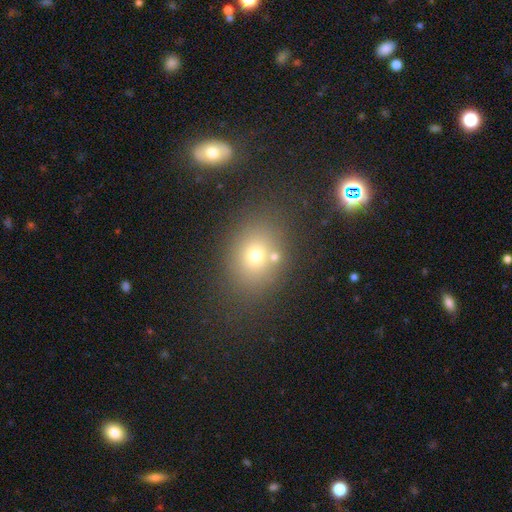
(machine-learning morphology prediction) This appears to be a smooth galaxy with no disk features (69%) that is in between round and cigar-shaped (52%). Merging: none (71%).